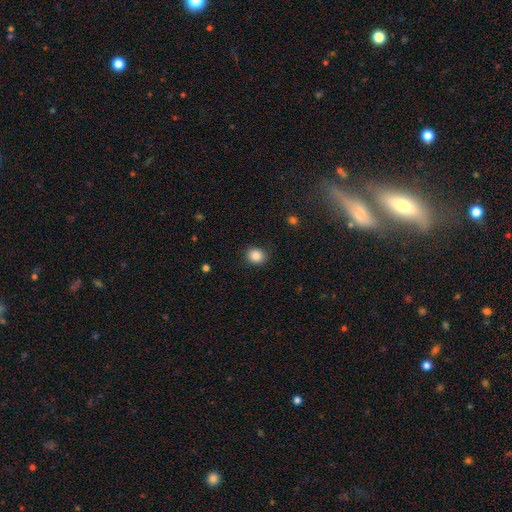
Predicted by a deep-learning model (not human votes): Smooth or featured? Predicted: smooth (p=0.86). How rounded? Predicted: round (p=0.77). Merging? Predicted: none (p=0.88).